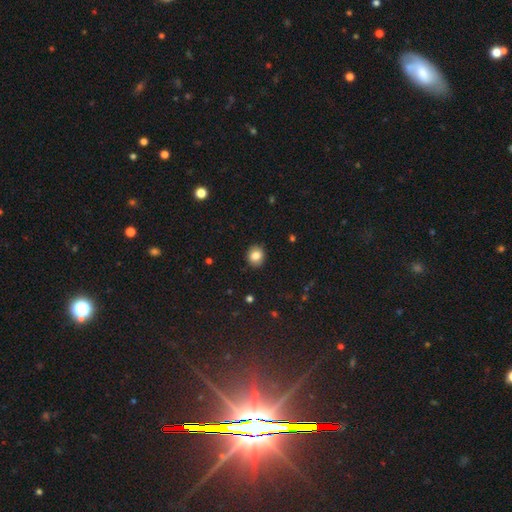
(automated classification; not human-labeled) Smooth or featured?
  - smooth: 84% *
  - star or artifact: 10%
  - featured or disk: 7%
How rounded?
  - round: 75% *
  - in between: 24%
  - cigar-shaped: 1%
Merging?
  - none: 90% *
  - minor disturbance: 7%
  - major disturbance: 2%
  - merger: 1%